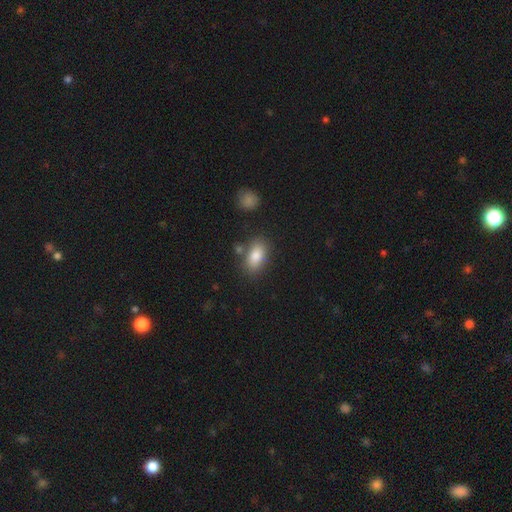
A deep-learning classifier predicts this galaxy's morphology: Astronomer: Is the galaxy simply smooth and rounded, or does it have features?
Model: smooth — 83%.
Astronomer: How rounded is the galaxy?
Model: in between — 88%.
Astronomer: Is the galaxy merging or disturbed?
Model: none — 76%.